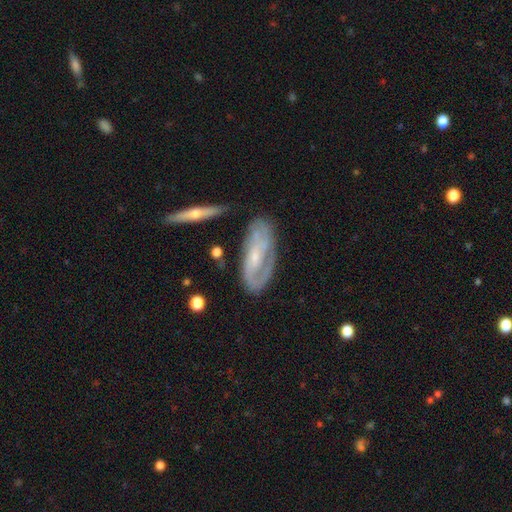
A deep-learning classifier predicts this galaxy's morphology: This is likely a featured or disk galaxy (76%). It is clearly not viewed edge-on (88%). Bar: possibly no (48%). Spiral arm pattern: clearly yes (85%). Spiral arm count: possibly 2 (47%). Spiral winding: possibly tight (49%). Central bulge: likely small (70%). Merging: likely none (63%).